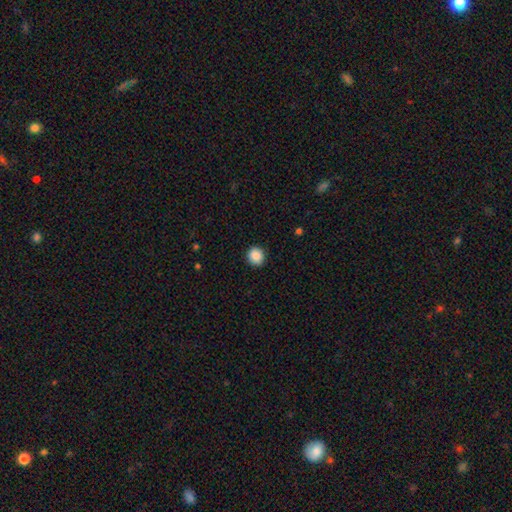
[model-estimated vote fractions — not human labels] The model was most divided on "smooth or featured": smooth: 89%, star or artifact: 9%, featured or disk: 3%. More confident: merging — none (92%); how rounded — round (90%).